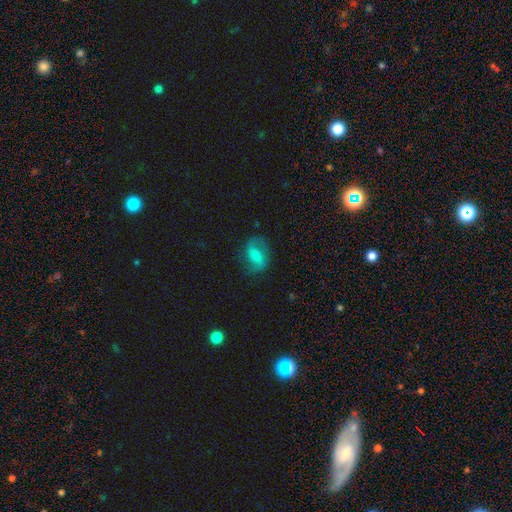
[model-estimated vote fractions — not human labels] Morphology: type=featured or disk (55%); edge-on=no (95%); bar=weak (43%); spiral arms=yes (83%); bulge=moderate (50%); merging=none (74%).